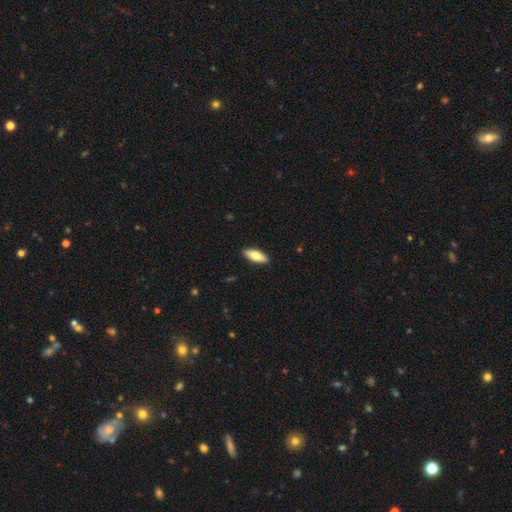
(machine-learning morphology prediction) type=smooth (68%); roundness=in between (66%); merging=none (90%).